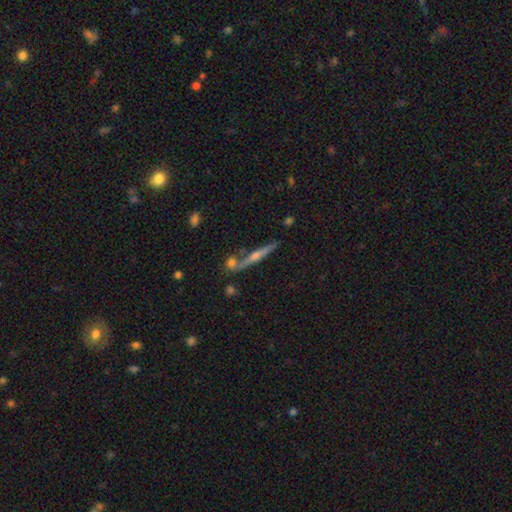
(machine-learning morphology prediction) smooth-or-featured: featured or disk: 73% | smooth: 20% | star or artifact: 8%
  disk-edge-on: yes: 97% | no: 3%
    edge-on-bulge: rounded: 82% | none: 12% | boxy: 7%
  merging: none: 77% | merger: 10% | minor disturbance: 10% | major disturbance: 3%